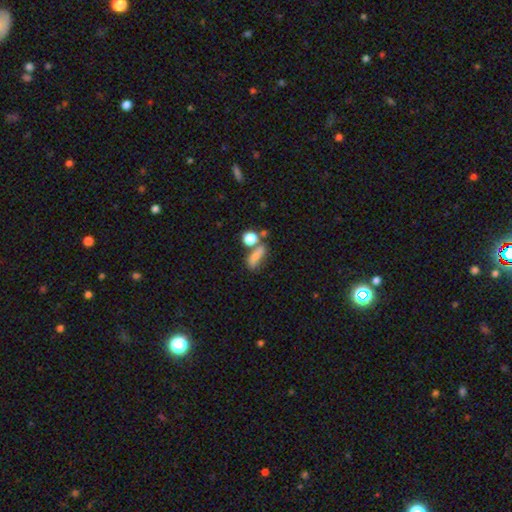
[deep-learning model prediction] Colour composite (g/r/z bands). It shows a smooth galaxy with no disk features (71%) that is in between round and cigar-shaped (60%). Merging: none (43%).